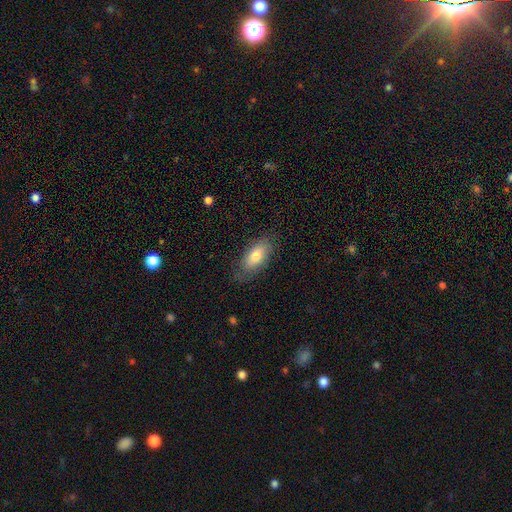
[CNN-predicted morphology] Q: Smooth or featured?
A: smooth (73%); runner-up: featured or disk (20%)
Q: How rounded?
A: in between (87%); runner-up: cigar-shaped (10%)
Q: Merging?
A: none (74%); runner-up: minor disturbance (19%)